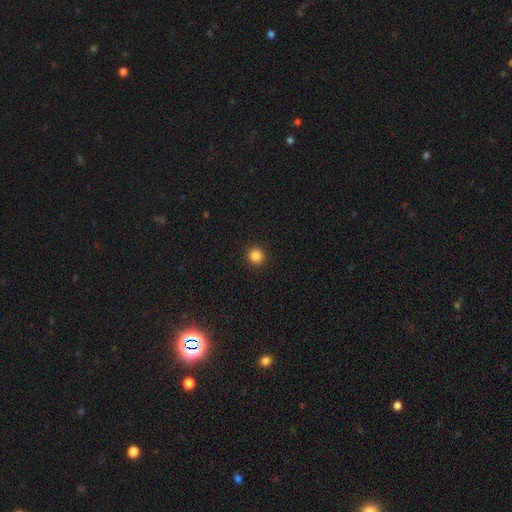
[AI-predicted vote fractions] Q: Smooth or featured?
A: smooth (85%); runner-up: star or artifact (11%)
Q: How rounded?
A: round (92%); runner-up: in between (7%)
Q: Merging?
A: none (93%); runner-up: minor disturbance (4%)